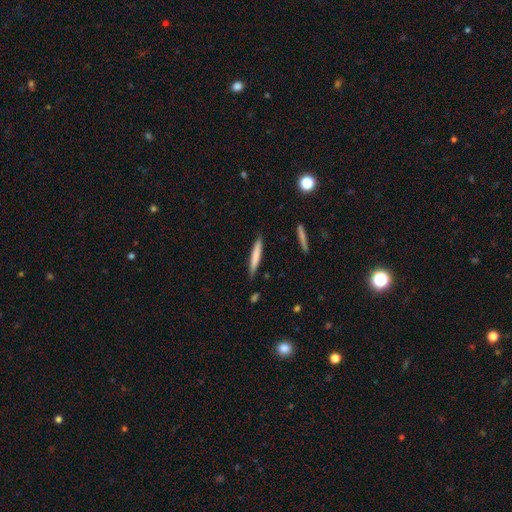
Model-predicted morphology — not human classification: smooth 71%, featured or disk 24%, star or artifact 5%. Down the decision tree: how rounded — cigar-shaped (94%); merging — none (85%).